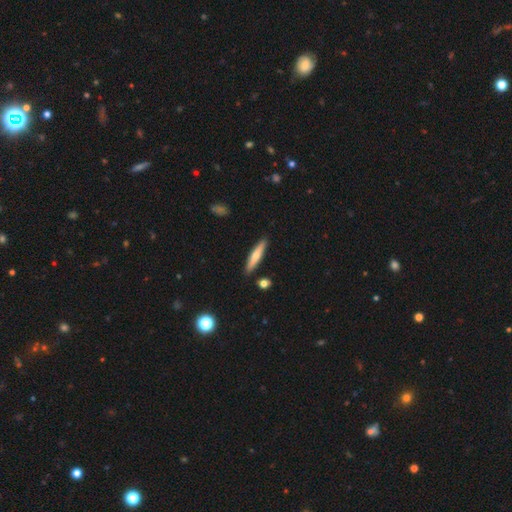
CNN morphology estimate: Smooth or featured? Predicted: smooth (p=0.59). How rounded? Predicted: cigar-shaped (p=0.86). Merging? Predicted: none (p=0.89).